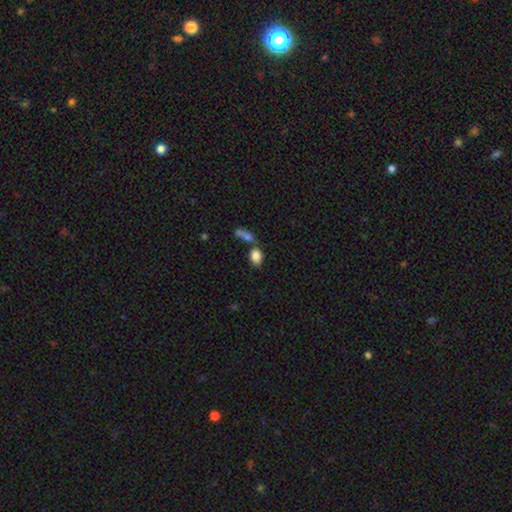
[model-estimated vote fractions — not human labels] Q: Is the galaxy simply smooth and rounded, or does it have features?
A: smooth — 84%.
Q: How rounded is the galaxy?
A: in between — 76%.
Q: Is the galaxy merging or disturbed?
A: none — 47%.